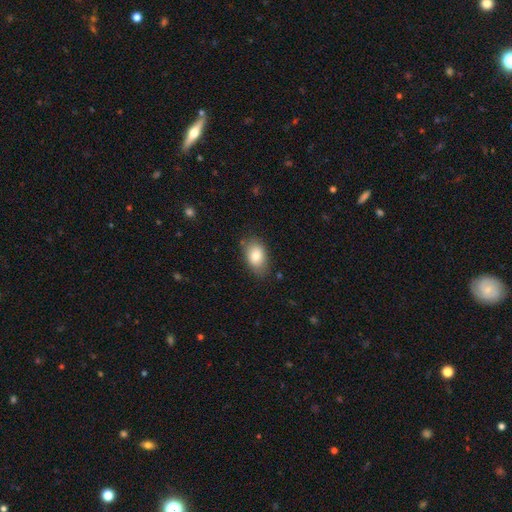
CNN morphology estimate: Q: Smooth or featured?
A: smooth (82%); runner-up: featured or disk (10%)
Q: How rounded?
A: in between (88%); runner-up: round (11%)
Q: Merging?
A: none (77%); runner-up: minor disturbance (18%)